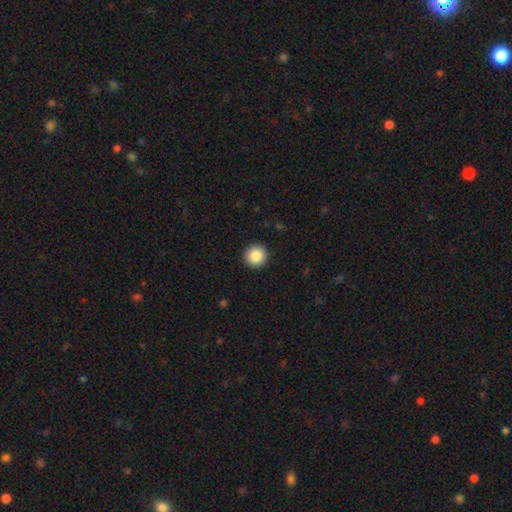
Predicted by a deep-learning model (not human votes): smooth-or-featured: smooth: 86% | star or artifact: 9% | featured or disk: 5%
  how-rounded: round: 95% | in between: 4% | cigar-shaped: 1%
  merging: none: 93% | minor disturbance: 5% | major disturbance: 2% | merger: 1%